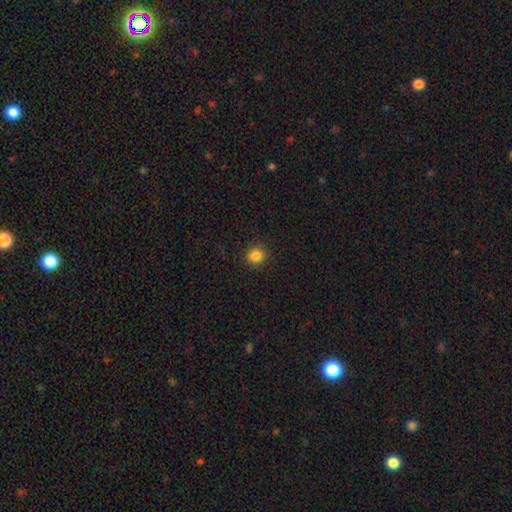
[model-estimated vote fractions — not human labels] A smooth galaxy with no disk features (85%) that is round (79%).

Vote fractions:
- Smooth or featured? smooth: 85% / star or artifact: 11% / featured or disk: 4%
- How rounded? round: 79% / in between: 21% / cigar-shaped: 1%
- Merging? none: 90% / minor disturbance: 7% / major disturbance: 2% / merger: 1%